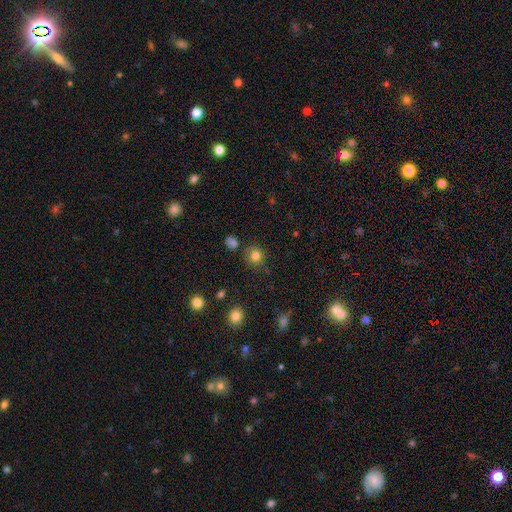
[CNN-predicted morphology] smooth_or_featured: smooth (p=0.80) [alt: star or artifact p=0.13]
how_rounded: round (p=0.88) [alt: in between p=0.11]
merging: none (p=0.83) [alt: minor disturbance p=0.10]